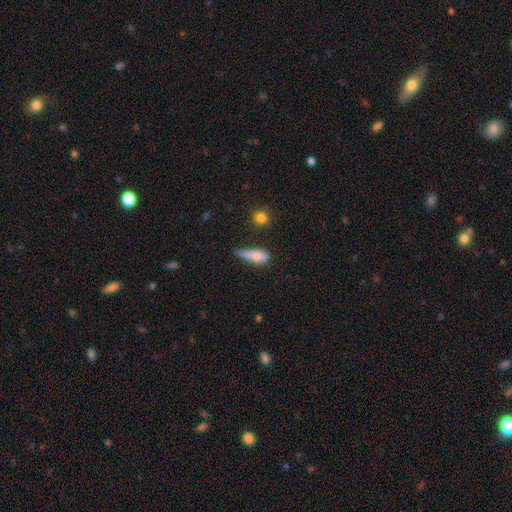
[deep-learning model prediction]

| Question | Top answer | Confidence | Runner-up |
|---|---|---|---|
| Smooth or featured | smooth | 75% | featured or disk (17%) |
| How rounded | in between | 55% | cigar-shaped (41%) |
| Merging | minor disturbance | 43% | none (28%) |